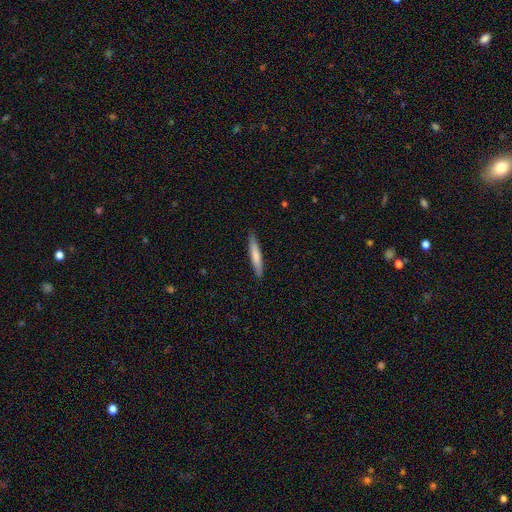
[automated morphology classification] The model was most divided on "smooth or featured": smooth: 74%, featured or disk: 21%, star or artifact: 5%. More confident: how rounded — cigar-shaped (93%); merging — none (89%).